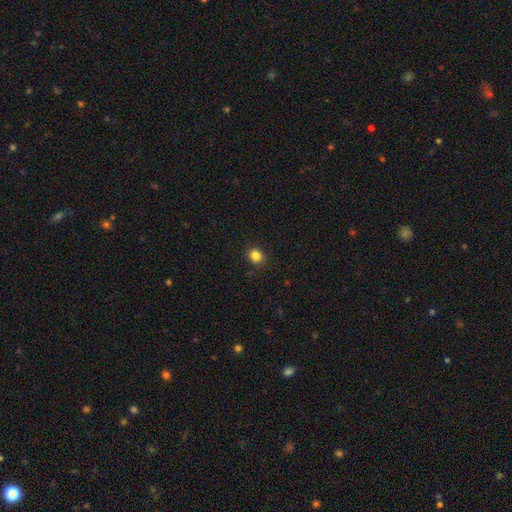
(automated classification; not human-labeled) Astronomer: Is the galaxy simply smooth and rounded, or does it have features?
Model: smooth — 84%.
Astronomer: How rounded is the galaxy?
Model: round — 71%.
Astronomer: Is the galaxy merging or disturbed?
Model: none — 91%.